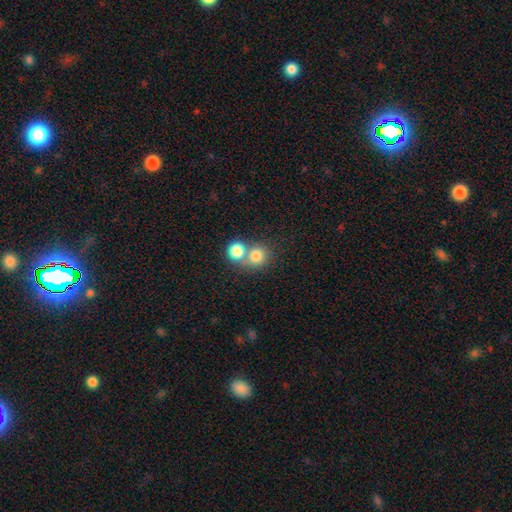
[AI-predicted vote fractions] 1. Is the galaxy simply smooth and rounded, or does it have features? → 78% smooth, 11% star or artifact, 10% featured or disk.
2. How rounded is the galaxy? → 82% round, 17% in between, 1% cigar-shaped.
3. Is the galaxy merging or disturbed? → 49% merger, 41% none, 7% minor disturbance, 3% major disturbance.